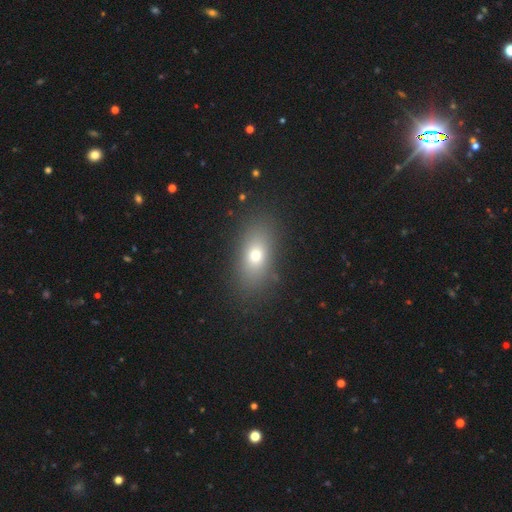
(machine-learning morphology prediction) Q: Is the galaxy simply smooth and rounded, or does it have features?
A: smooth — 70%.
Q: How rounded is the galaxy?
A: in between — 80%.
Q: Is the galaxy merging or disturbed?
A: none — 85%.